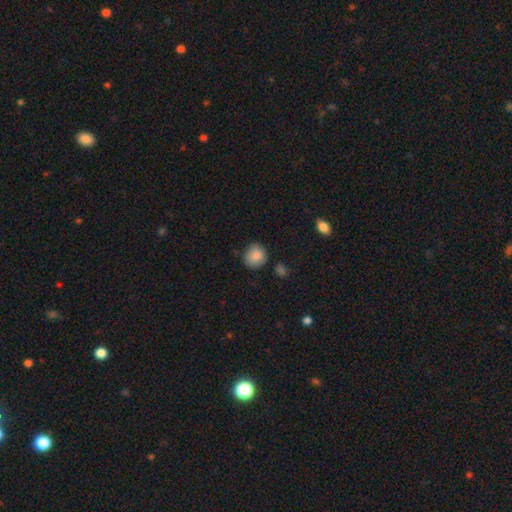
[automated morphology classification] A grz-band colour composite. It shows a smooth galaxy with no disk features (86%) that is round (77%). Merging: none (75%).